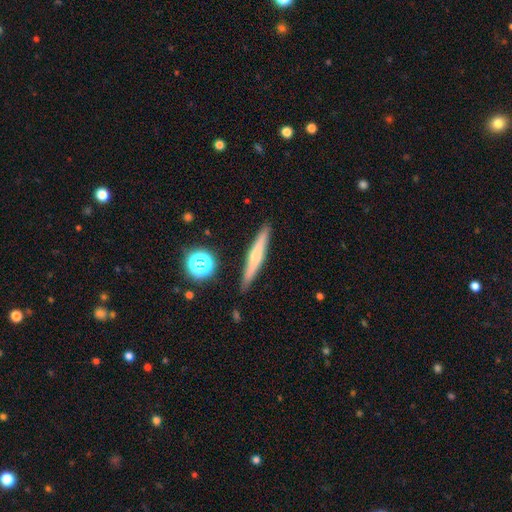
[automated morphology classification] The model was most divided on "smooth or featured": featured or disk: 46%, smooth: 45%, star or artifact: 9%. More confident: merging — none (89%).